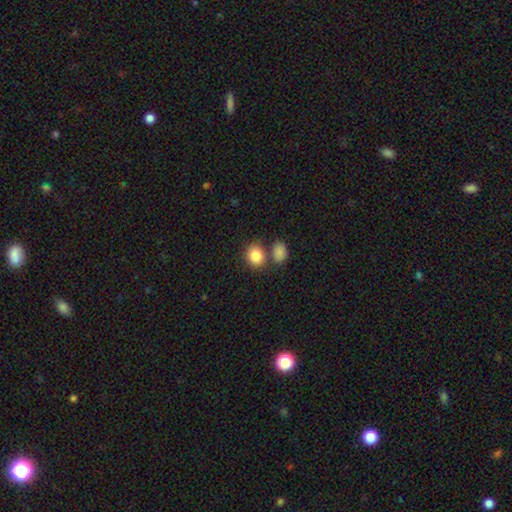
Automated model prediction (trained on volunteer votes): A smooth galaxy with no disk features (86%) that is round (62%).

Vote fractions:
- Smooth or featured? smooth: 86% / star or artifact: 9% / featured or disk: 6%
- How rounded? round: 62% / in between: 37% / cigar-shaped: 1%
- Merging? none: 62% / merger: 22% / minor disturbance: 12% / major disturbance: 4%